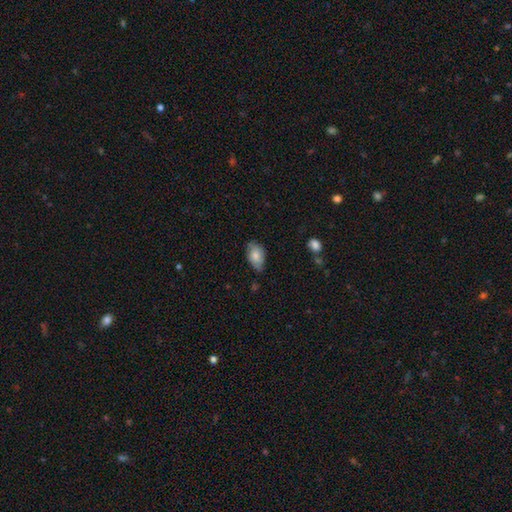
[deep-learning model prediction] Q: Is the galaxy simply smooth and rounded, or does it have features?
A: smooth — 72%.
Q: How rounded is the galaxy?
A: in between — 91%.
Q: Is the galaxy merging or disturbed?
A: none — 62%.